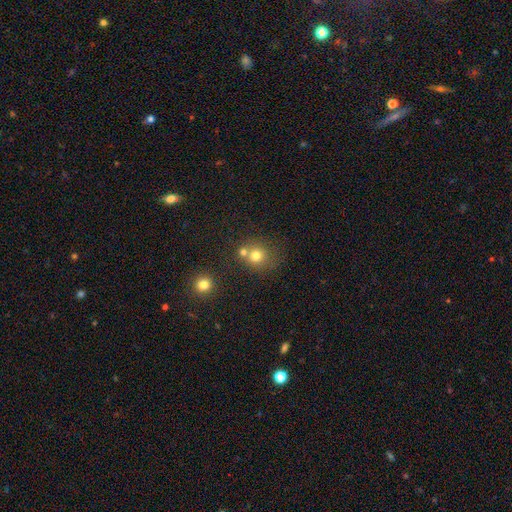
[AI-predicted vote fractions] smooth-or-featured: smooth: 75% | star or artifact: 15% | featured or disk: 11%
  how-rounded: round: 85% | in between: 14% | cigar-shaped: 1%
  merging: none: 55% | merger: 32% | minor disturbance: 9% | major disturbance: 4%